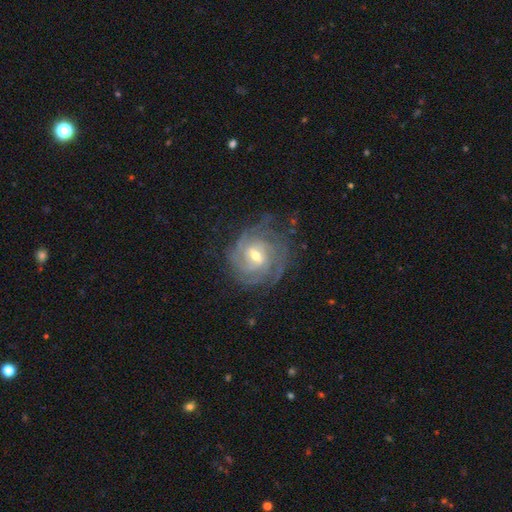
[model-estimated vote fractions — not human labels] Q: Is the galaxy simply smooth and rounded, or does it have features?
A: featured or disk — 87%.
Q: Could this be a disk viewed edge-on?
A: no — 97%.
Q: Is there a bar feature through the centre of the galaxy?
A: weak — 56%.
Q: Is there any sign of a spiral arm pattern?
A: yes — 97%.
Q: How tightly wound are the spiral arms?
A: tight — 70%.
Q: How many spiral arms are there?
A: can't tell — 31%.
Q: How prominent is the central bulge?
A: moderate — 59%.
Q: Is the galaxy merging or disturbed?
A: none — 71%.